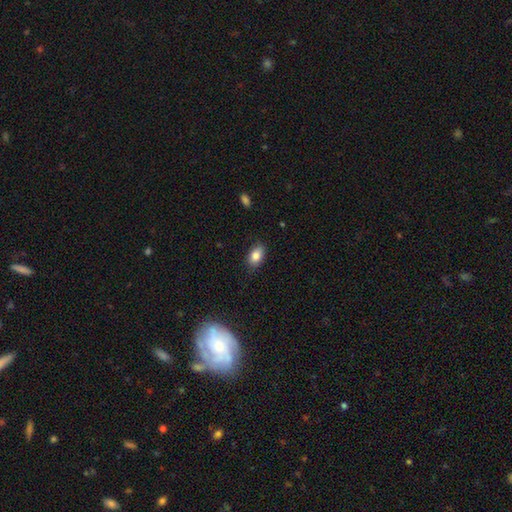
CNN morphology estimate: The model was most divided on "merging": none: 82%, minor disturbance: 14%, major disturbance: 3%, merger: 1%. More confident: how rounded — in between (89%); smooth or featured — smooth (85%).